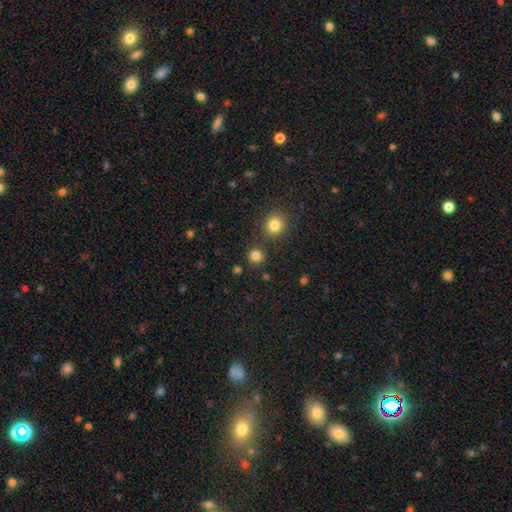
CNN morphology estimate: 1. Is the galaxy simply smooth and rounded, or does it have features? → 82% smooth, 14% star or artifact, 4% featured or disk.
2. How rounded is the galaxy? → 91% round, 8% in between, 1% cigar-shaped.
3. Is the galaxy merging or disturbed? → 85% none, 6% minor disturbance, 6% merger, 2% major disturbance.